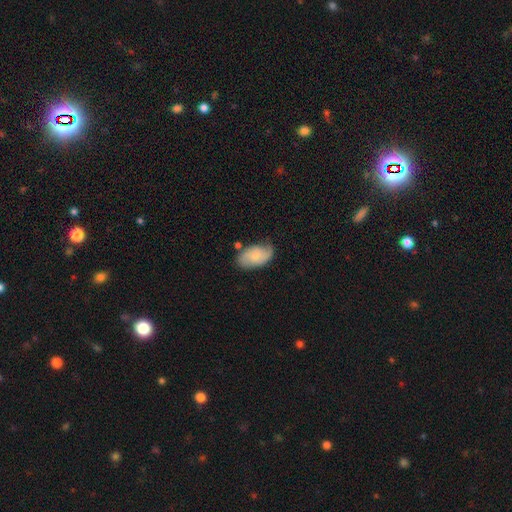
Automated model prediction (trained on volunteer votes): Smooth or featured? Predicted: smooth (p=0.57). How rounded? Predicted: in between (p=0.94). Merging? Predicted: none (p=0.60).